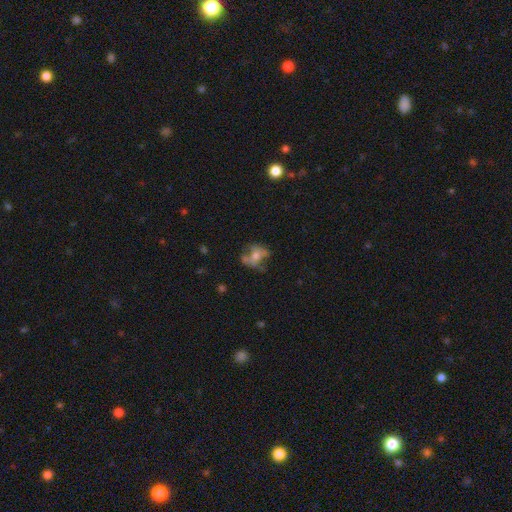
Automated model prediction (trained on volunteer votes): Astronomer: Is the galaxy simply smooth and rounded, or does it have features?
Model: featured or disk — 50% (runner-up: smooth, 38%).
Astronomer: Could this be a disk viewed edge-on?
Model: no — 94%.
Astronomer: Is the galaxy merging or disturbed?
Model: none — 47% (runner-up: minor disturbance, 23%).